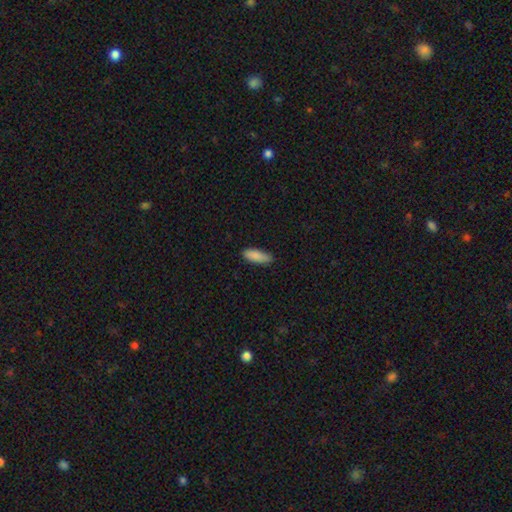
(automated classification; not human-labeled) Q: Smooth or featured?
A: smooth (89%); runner-up: star or artifact (6%)
Q: How rounded?
A: in between (64%); runner-up: cigar-shaped (34%)
Q: Merging?
A: none (79%); runner-up: minor disturbance (17%)